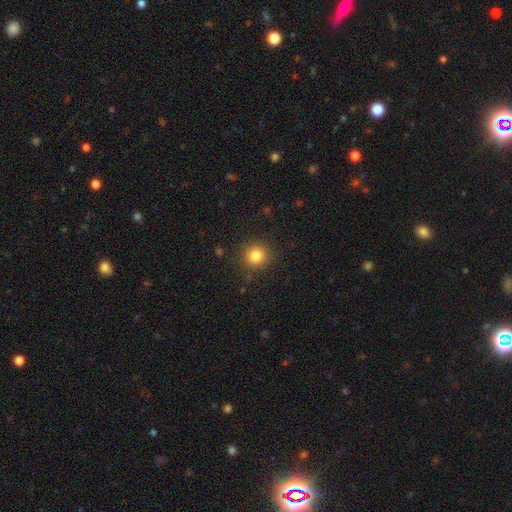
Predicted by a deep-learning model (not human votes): Overall: smooth (82%). How rounded: round (92%). Merging: none (88%).